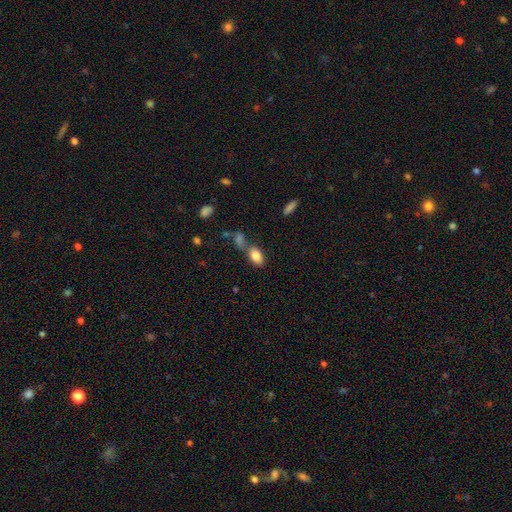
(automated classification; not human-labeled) smooth 83%, featured or disk 9%, star or artifact 8%. Down the decision tree: how rounded — in between (90%); merging — none (52%).